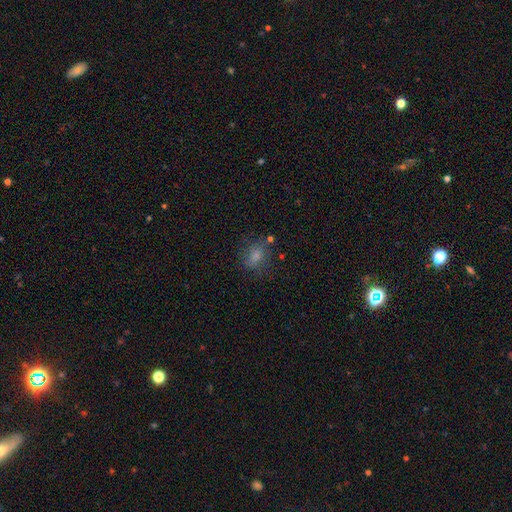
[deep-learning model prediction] Smooth or featured?
  - smooth: 76% *
  - star or artifact: 13%
  - featured or disk: 11%
How rounded?
  - in between: 61% *
  - round: 37%
  - cigar-shaped: 2%
Merging?
  - none: 65% *
  - minor disturbance: 20%
  - major disturbance: 10%
  - merger: 5%